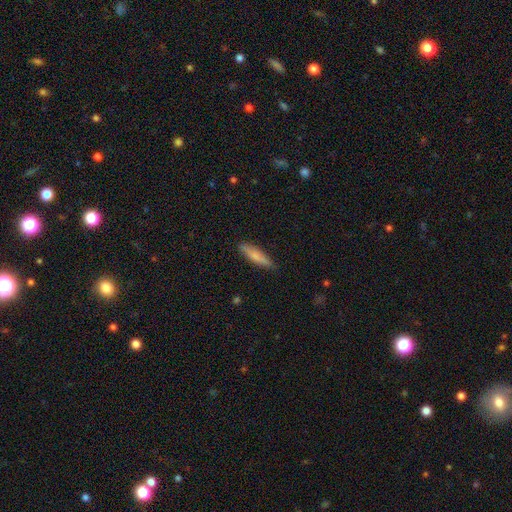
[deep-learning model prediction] Overall: smooth (73%). How rounded: cigar-shaped (78%). Merging: none (85%).